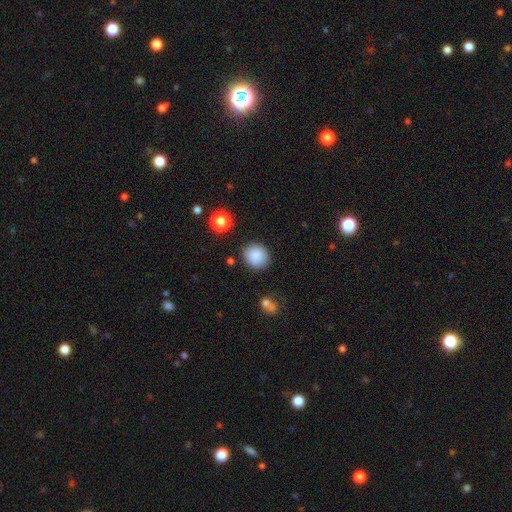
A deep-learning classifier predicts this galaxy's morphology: A smooth galaxy with no disk features (87%) that is round (84%).

Vote fractions:
- Smooth or featured? smooth: 87% / star or artifact: 9% / featured or disk: 4%
- How rounded? round: 84% / in between: 15% / cigar-shaped: 1%
- Merging? none: 84% / minor disturbance: 10% / major disturbance: 3% / merger: 2%